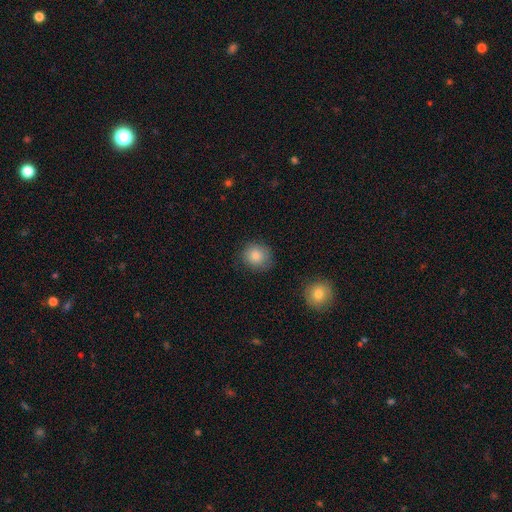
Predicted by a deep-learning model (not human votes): smooth_or_featured: smooth (p=0.83) [alt: star or artifact p=0.09]
how_rounded: round (p=0.83) [alt: in between p=0.16]
merging: none (p=0.82) [alt: minor disturbance p=0.13]